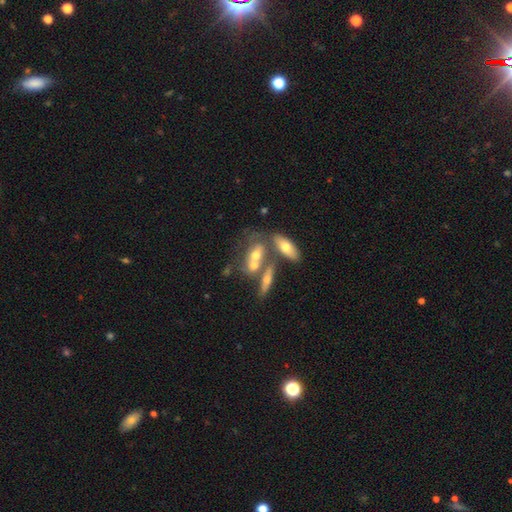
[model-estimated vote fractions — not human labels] Morphology: type=smooth (48%); merging=merger (51%).